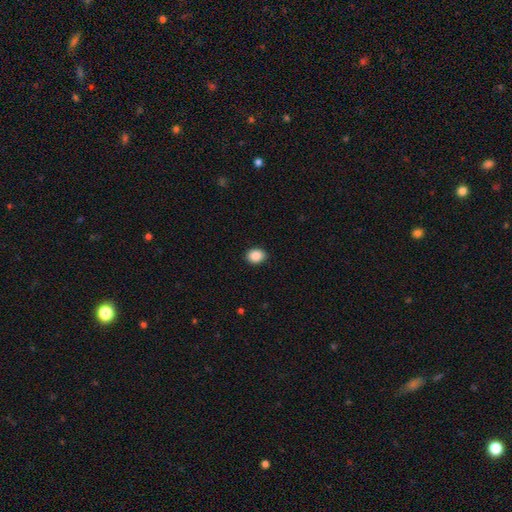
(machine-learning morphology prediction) type=smooth (89%); roundness=in between (51%); merging=none (90%).